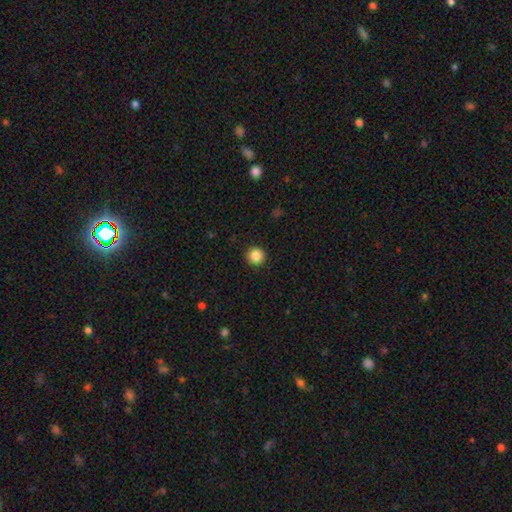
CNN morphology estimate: smooth-or-featured: smooth: 86% | star or artifact: 10% | featured or disk: 4%
  how-rounded: round: 95% | in between: 4% | cigar-shaped: 1%
  merging: none: 93% | minor disturbance: 5% | major disturbance: 2% | merger: 1%